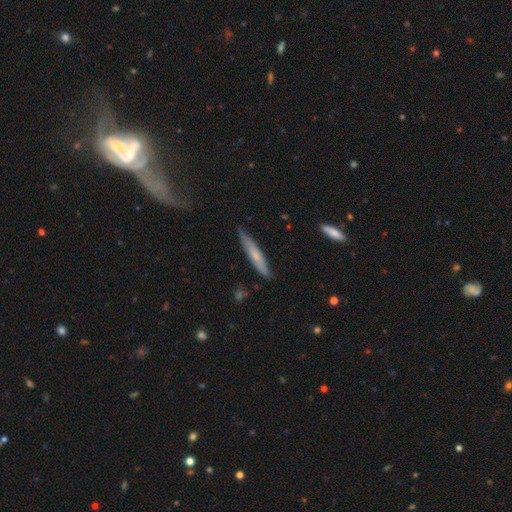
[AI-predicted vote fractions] Smooth or featured? smooth (56%)
How rounded? cigar-shaped (92%)
Merging? none (82%)